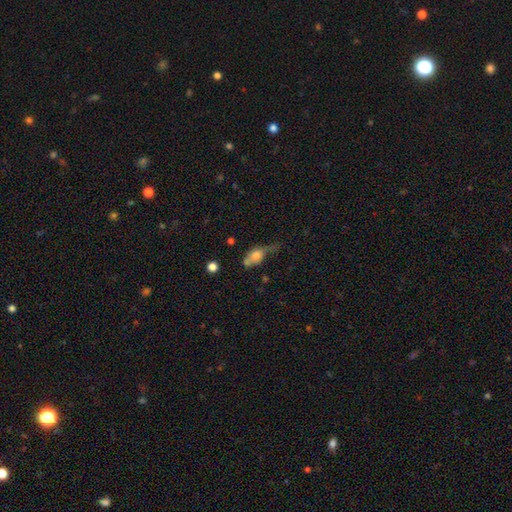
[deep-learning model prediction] Smooth or featured: smooth — 65% (featured or disk — 25%)
How rounded: in between — 69% (round — 22%)
Merging: major disturbance — 28% (minor disturbance — 27%)